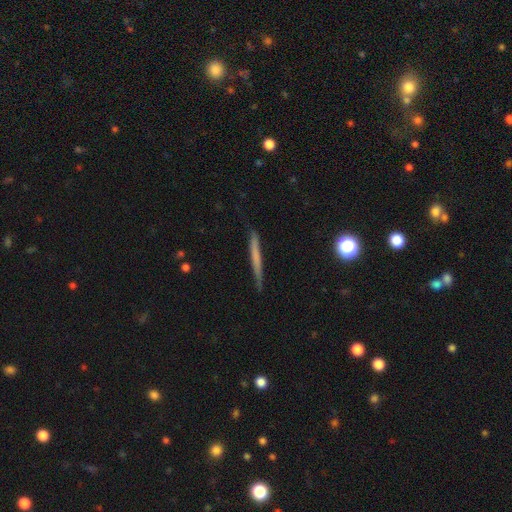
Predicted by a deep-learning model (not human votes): A smooth galaxy with no disk features (55%) that is cigar-shaped (96%).

Vote fractions:
- Smooth or featured? smooth: 55% / featured or disk: 38% / star or artifact: 7%
- How rounded? cigar-shaped: 96% / in between: 2% / round: 2%
- Merging? none: 85% / minor disturbance: 11% / major disturbance: 2% / merger: 1%